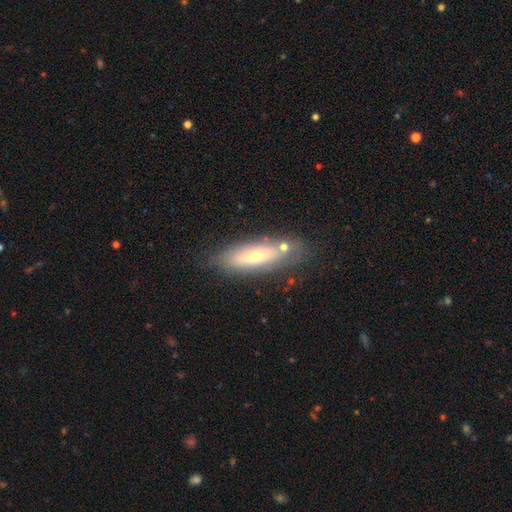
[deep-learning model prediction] The model was most divided on "smooth or featured": smooth: 47%, featured or disk: 44%, star or artifact: 8%. More confident: merging — none (70%).